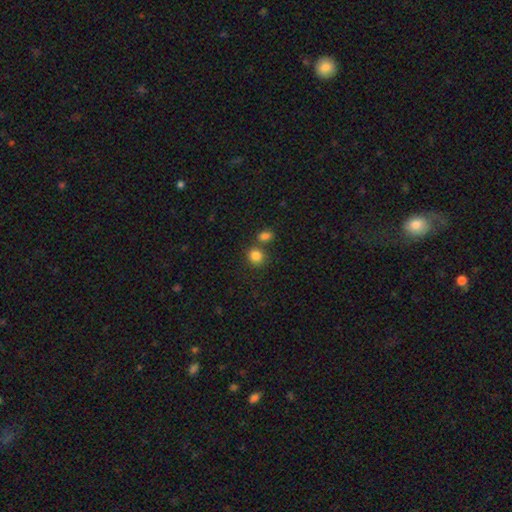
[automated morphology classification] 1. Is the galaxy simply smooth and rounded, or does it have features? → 84% smooth, 11% star or artifact, 5% featured or disk.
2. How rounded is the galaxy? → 81% round, 18% in between, 1% cigar-shaped.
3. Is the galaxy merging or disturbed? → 67% none, 21% merger, 9% minor disturbance, 3% major disturbance.